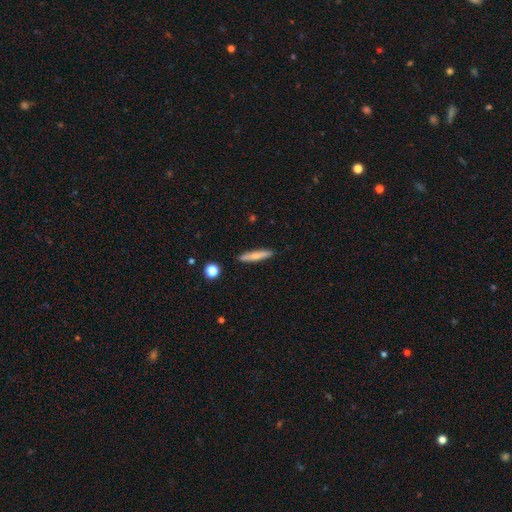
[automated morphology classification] Smooth or featured? smooth (71%)
How rounded? cigar-shaped (90%)
Merging? none (89%)